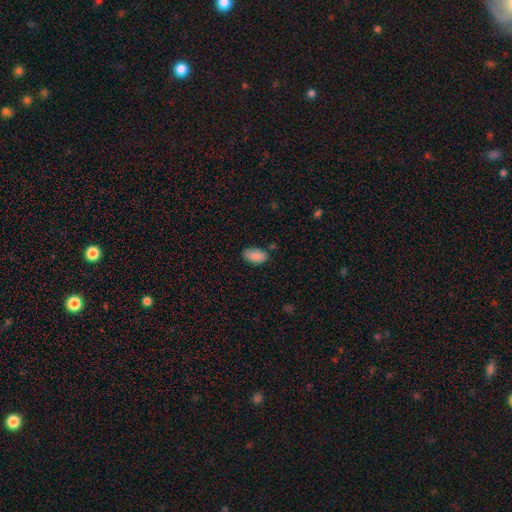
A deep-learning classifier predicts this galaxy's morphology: Smooth or featured? smooth (88%)
How rounded? in between (94%)
Merging? none (74%)